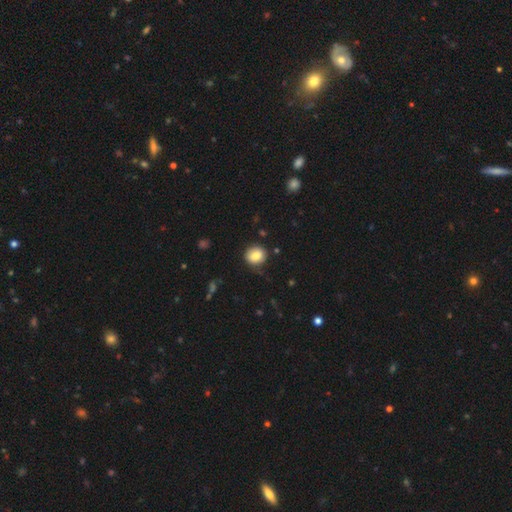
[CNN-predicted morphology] The model was most divided on "how rounded": round: 82%, in between: 18%, cigar-shaped: 1%. More confident: merging — none (83%); smooth or featured — smooth (81%).